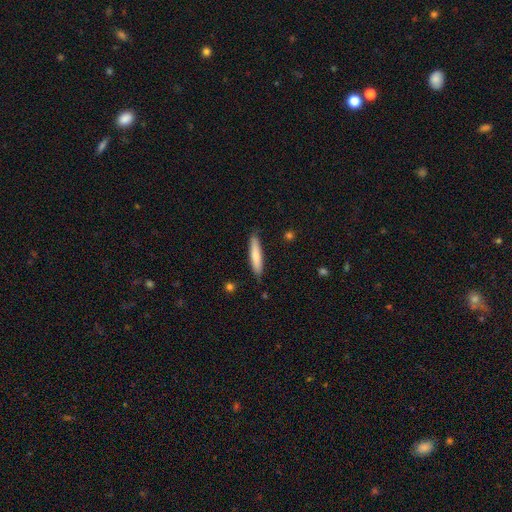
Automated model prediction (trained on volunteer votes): Smooth or featured?
  - smooth: 77% *
  - featured or disk: 18%
  - star or artifact: 5%
How rounded?
  - cigar-shaped: 87% *
  - in between: 12%
  - round: 1%
Merging?
  - none: 86% *
  - minor disturbance: 11%
  - major disturbance: 2%
  - merger: 1%